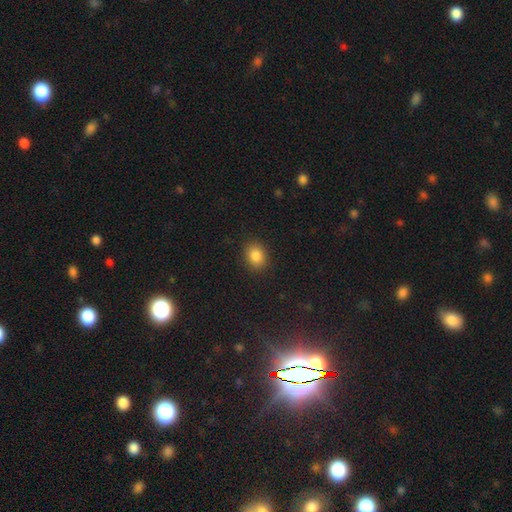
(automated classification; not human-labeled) smooth 85%, star or artifact 10%, featured or disk 5%. Down the decision tree: how rounded — in between (51%); merging — none (89%).